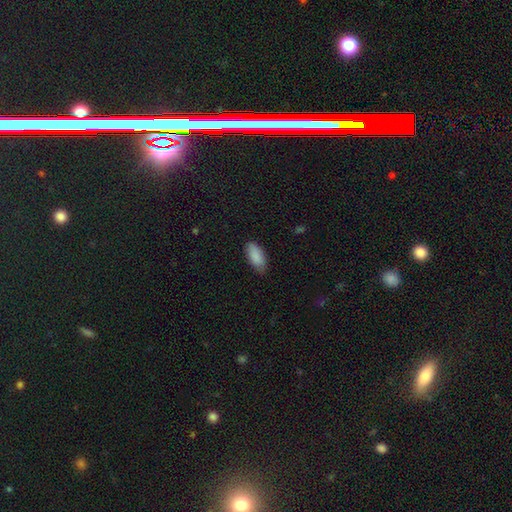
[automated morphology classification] Overall: smooth (89%). How rounded: in between (89%). Merging: none (77%).